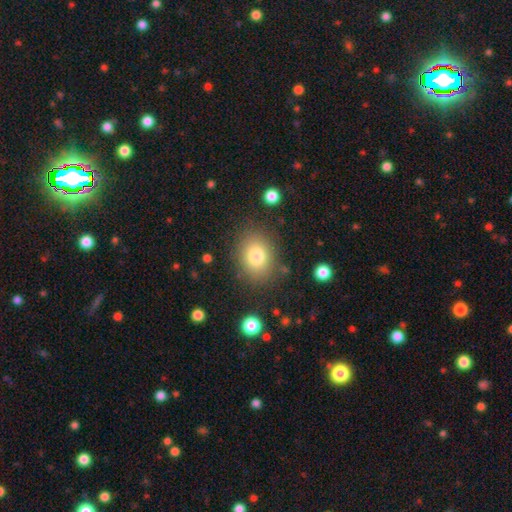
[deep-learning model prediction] The model was most divided on "how rounded": round: 51%, in between: 48%, cigar-shaped: 1%. More confident: merging — none (82%); smooth or featured — smooth (79%).